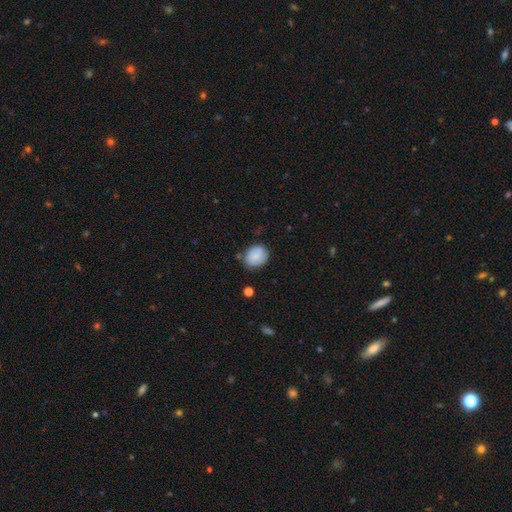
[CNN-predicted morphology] smooth 77%, featured or disk 15%, star or artifact 8%. Down the decision tree: how rounded — round (54%); merging — none (73%).